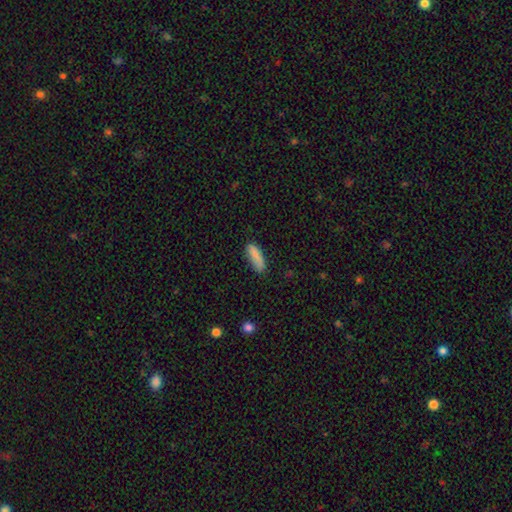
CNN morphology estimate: smooth 86%, featured or disk 8%, star or artifact 7%. Down the decision tree: how rounded — in between (59%); merging — none (72%).